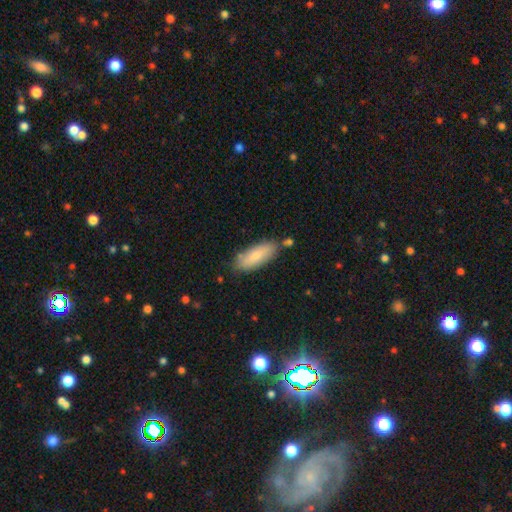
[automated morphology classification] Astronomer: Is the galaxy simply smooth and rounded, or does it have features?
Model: smooth — 76%.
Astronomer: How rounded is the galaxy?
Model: in between — 71%.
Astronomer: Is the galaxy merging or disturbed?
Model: none — 78%.